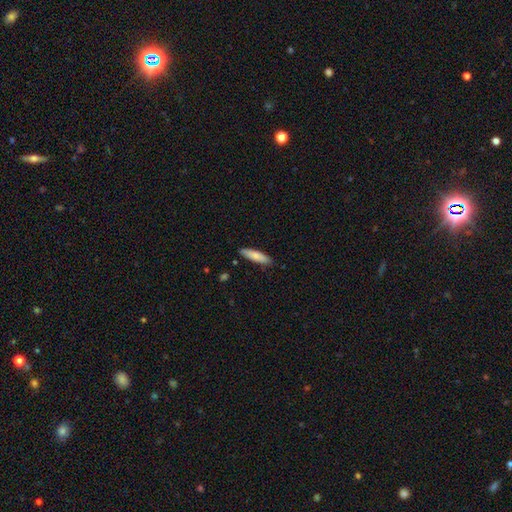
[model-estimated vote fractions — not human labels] Overall: smooth (79%). How rounded: cigar-shaped (72%). Merging: none (86%).